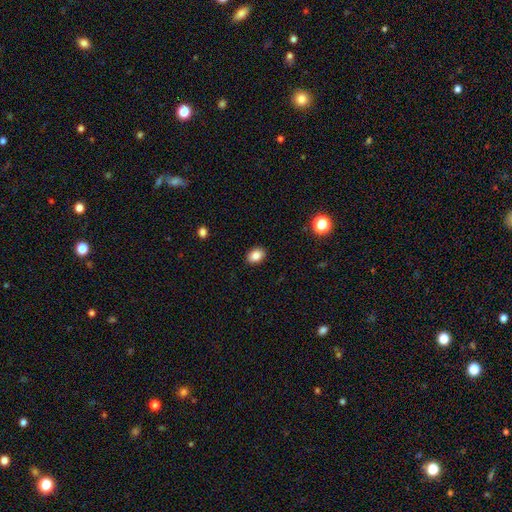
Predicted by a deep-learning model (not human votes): The model was most divided on "how rounded": in between: 71%, round: 28%, cigar-shaped: 1%. More confident: merging — none (90%); smooth or featured — smooth (85%).